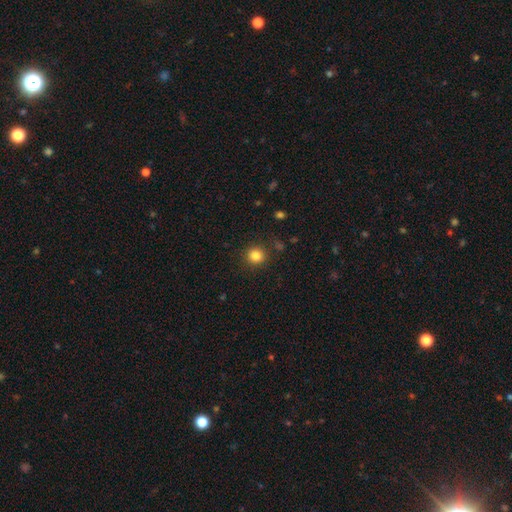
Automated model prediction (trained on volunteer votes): Smooth or featured?
  - smooth: 83% *
  - star or artifact: 12%
  - featured or disk: 5%
How rounded?
  - round: 91% *
  - in between: 8%
  - cigar-shaped: 1%
Merging?
  - none: 89% *
  - minor disturbance: 7%
  - major disturbance: 3%
  - merger: 2%